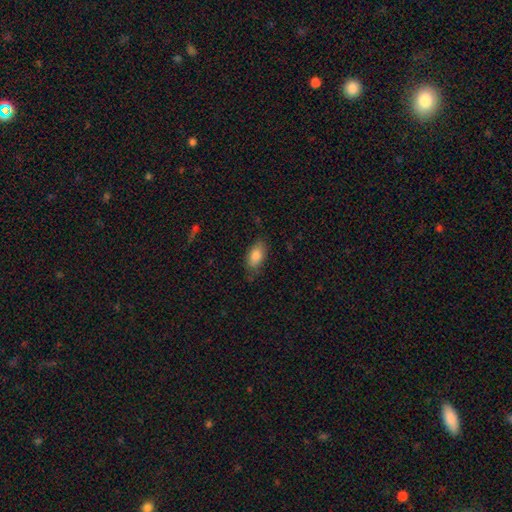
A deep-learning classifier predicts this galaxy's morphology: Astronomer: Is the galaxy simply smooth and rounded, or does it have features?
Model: smooth — 85%.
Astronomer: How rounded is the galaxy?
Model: in between — 90%.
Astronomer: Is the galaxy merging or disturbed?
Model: none — 73%.